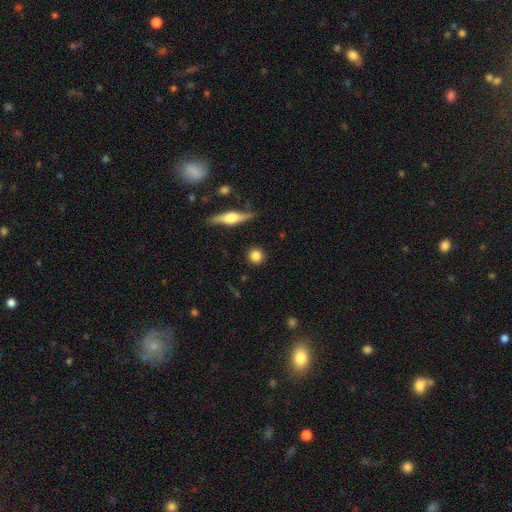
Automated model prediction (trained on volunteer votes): Smooth or featured: smooth — 81% (featured or disk — 11%)
How rounded: round — 91% (in between — 6%)
Merging: none — 90% (minor disturbance — 6%)